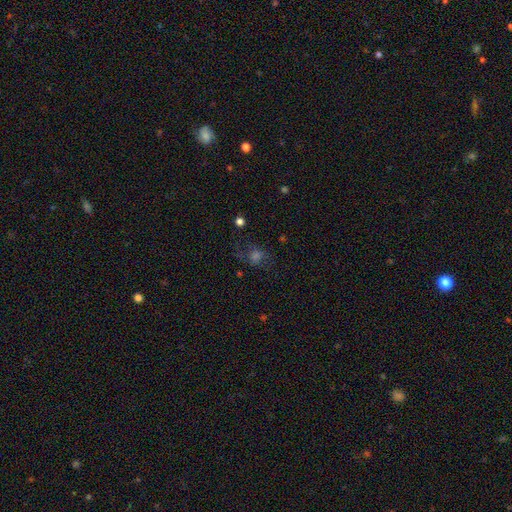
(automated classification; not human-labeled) Morphology: type=smooth (41%); merging=none (58%).